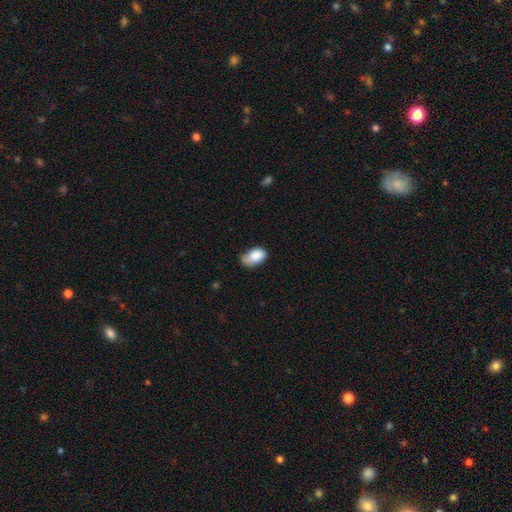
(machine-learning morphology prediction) smooth 85%, featured or disk 8%, star or artifact 7%. Down the decision tree: how rounded — in between (90%); merging — none (42%).